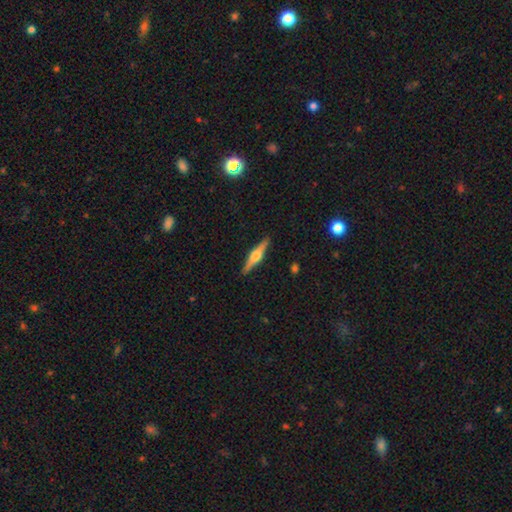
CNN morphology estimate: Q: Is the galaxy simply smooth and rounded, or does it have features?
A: featured or disk — 71%.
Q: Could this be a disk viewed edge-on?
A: yes — 97%.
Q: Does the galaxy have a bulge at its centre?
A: rounded — 93%.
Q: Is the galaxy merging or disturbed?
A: none — 91%.